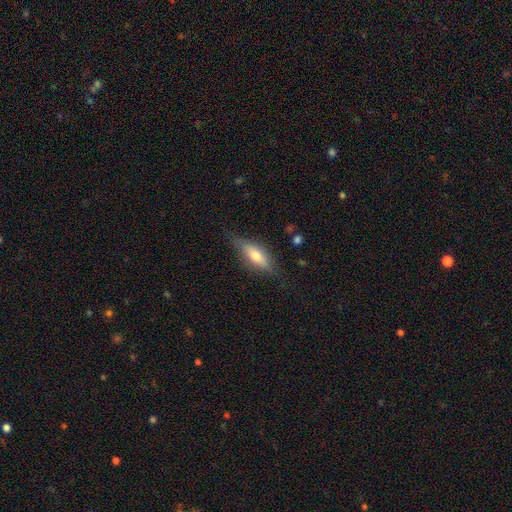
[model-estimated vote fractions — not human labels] Q: Smooth or featured?
A: smooth (50%); runner-up: featured or disk (43%)
Q: How rounded?
A: in between (51%); runner-up: cigar-shaped (46%)
Q: Merging?
A: none (76%); runner-up: minor disturbance (18%)